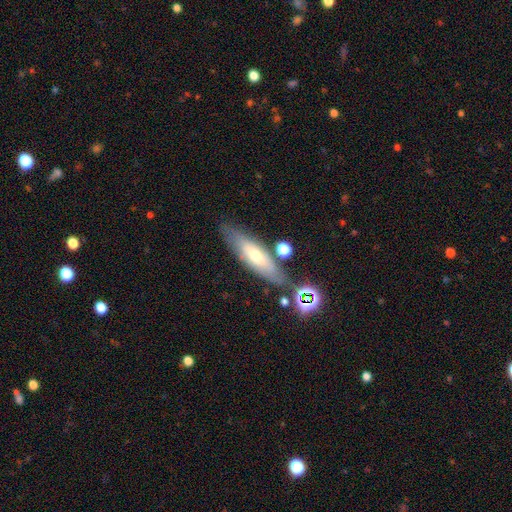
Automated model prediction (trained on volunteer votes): smooth 48%, featured or disk 42%, star or artifact 9%. Down the decision tree: merging — none (72%).